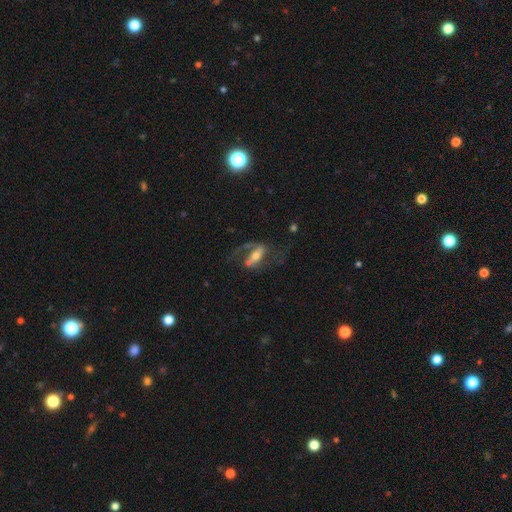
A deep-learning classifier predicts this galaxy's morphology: This is likely a featured or disk galaxy (74%). It is clearly not viewed edge-on (91%). Bar: possibly strong (47%). Spiral arm pattern: clearly yes (85%). Spiral arm count: likely 2 (75%). Spiral winding: possibly loose (50%). Central bulge: possibly moderate (58%). Merging: possibly none (51%).